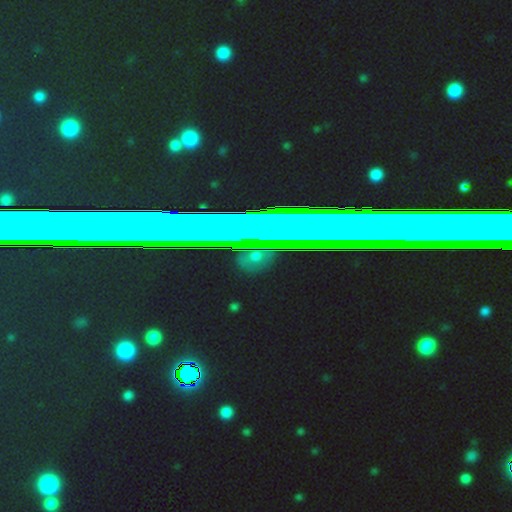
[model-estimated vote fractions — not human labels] The model was most divided on "smooth or featured": star or artifact: 74%, smooth: 15%, featured or disk: 11%.